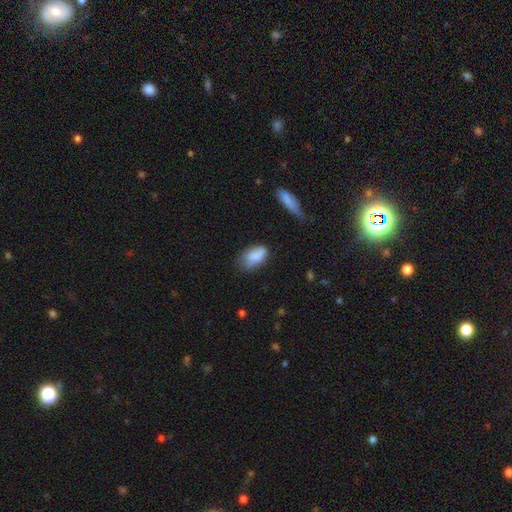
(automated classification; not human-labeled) Overall: smooth (83%). How rounded: in between (91%). Merging: none (51%; minor disturbance 35%).